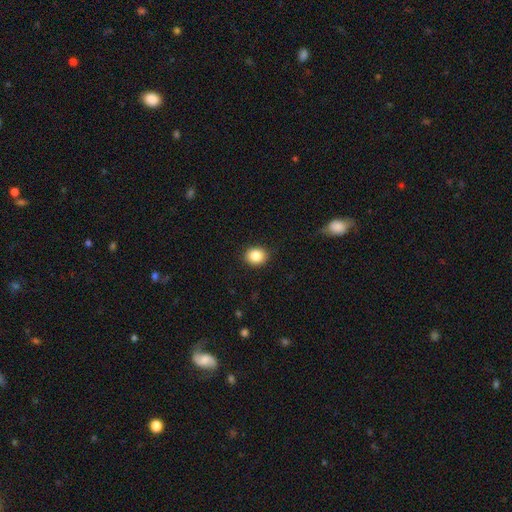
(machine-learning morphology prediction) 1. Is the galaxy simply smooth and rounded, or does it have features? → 85% smooth, 9% star or artifact, 6% featured or disk.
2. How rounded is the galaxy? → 65% round, 34% in between, 1% cigar-shaped.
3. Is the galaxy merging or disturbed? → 90% none, 7% minor disturbance, 2% major disturbance, 1% merger.